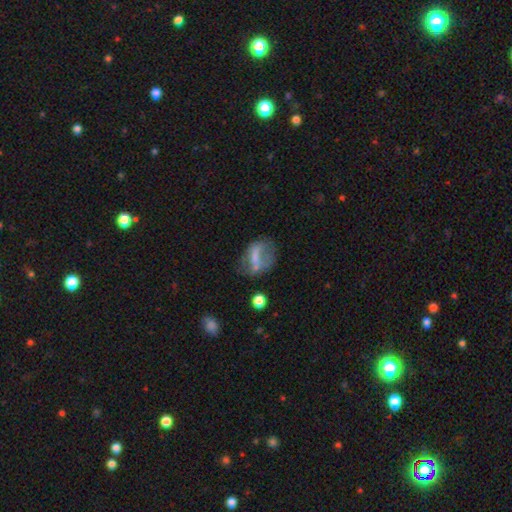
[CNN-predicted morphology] The model was most divided on "smooth or featured": smooth: 47%, featured or disk: 41%, star or artifact: 12%. Remaining: merging — none (41%).